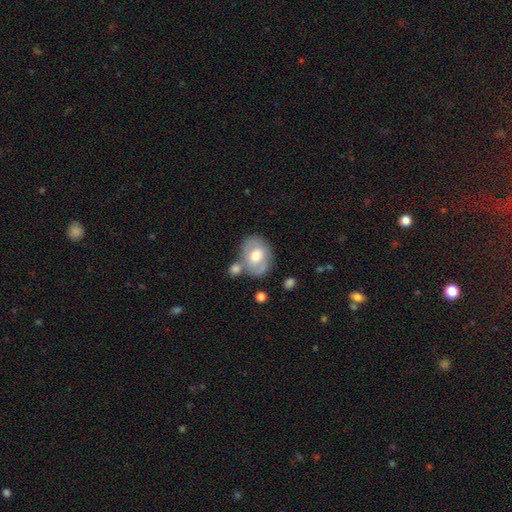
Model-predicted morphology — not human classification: smooth_or_featured: smooth (p=0.51) [alt: featured or disk p=0.43]
how_rounded: in between (p=0.56) [alt: round p=0.43]
merging: none (p=0.55) [alt: merger p=0.20]